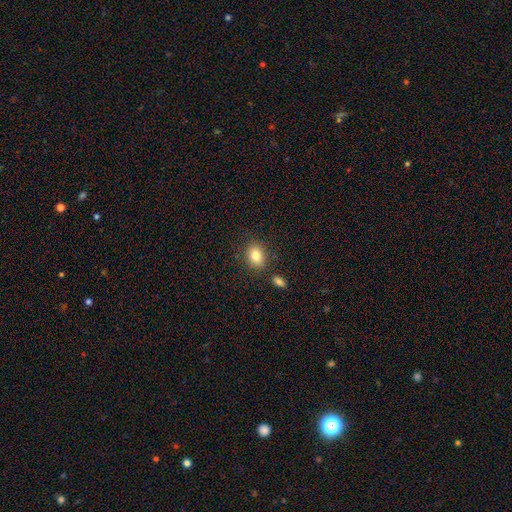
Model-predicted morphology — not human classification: smooth 83%, star or artifact 9%, featured or disk 8%. Down the decision tree: how rounded — in between (67%); merging — none (80%).